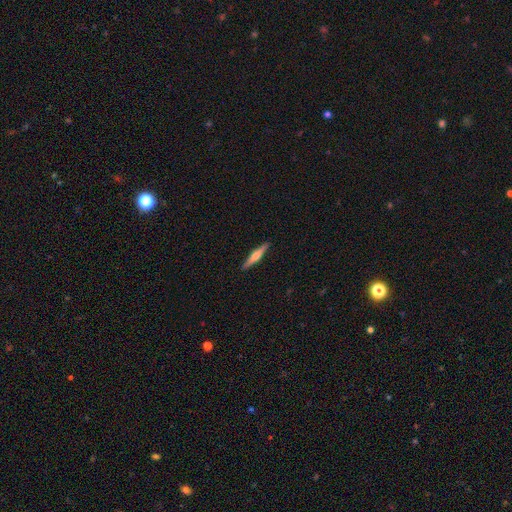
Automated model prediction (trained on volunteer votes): featured or disk 64%, smooth 31%, star or artifact 5%. Down the decision tree: edge-on disk — yes (98%); edge-on bulge — rounded (89%); merging — none (92%).